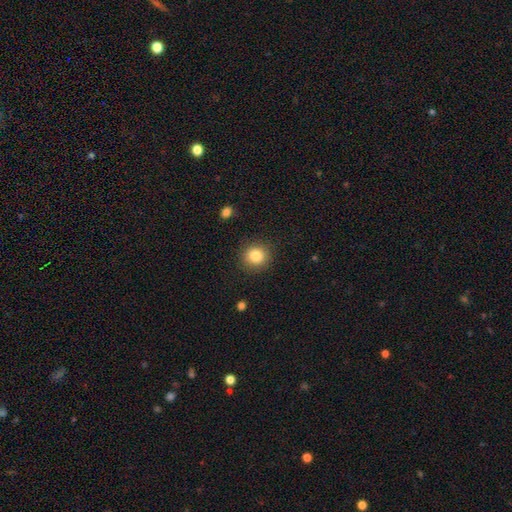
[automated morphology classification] This is clearly a smooth galaxy (84%). How rounded: clearly round (88%). Merging: clearly none (89%).